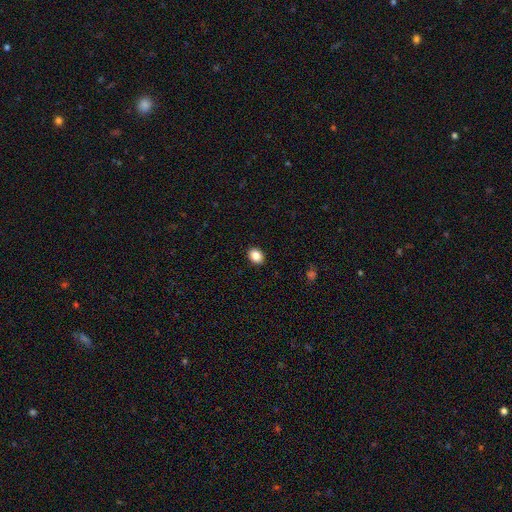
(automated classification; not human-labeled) Q: Smooth or featured?
A: smooth (86%); runner-up: star or artifact (9%)
Q: How rounded?
A: in between (61%); runner-up: round (38%)
Q: Merging?
A: none (91%); runner-up: minor disturbance (6%)